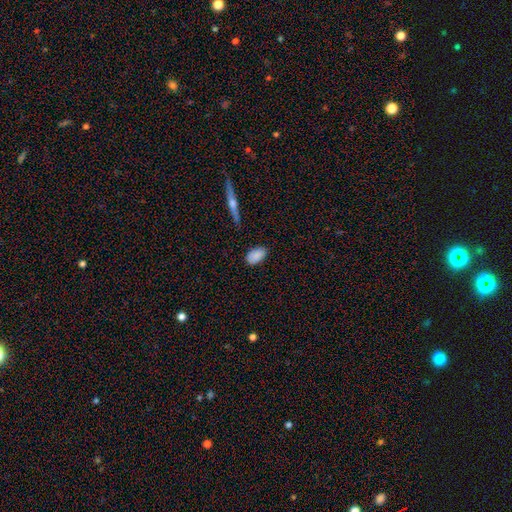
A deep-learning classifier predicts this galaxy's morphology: Smooth or featured? smooth (87%)
How rounded? in between (93%)
Merging? none (81%)